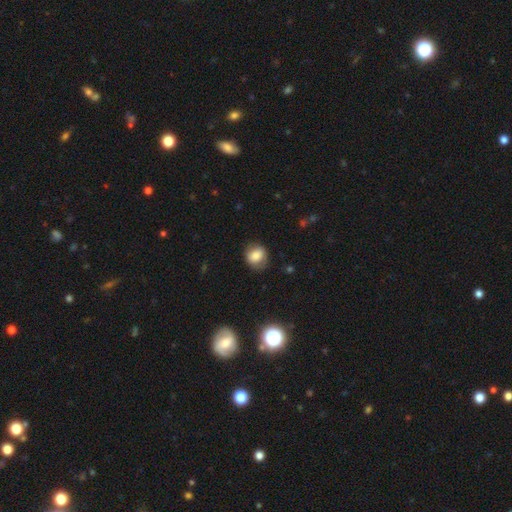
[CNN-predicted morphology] Smooth or featured?
  - smooth: 77% *
  - featured or disk: 14%
  - star or artifact: 9%
How rounded?
  - round: 68% *
  - in between: 31%
  - cigar-shaped: 1%
Merging?
  - none: 77% *
  - minor disturbance: 16%
  - major disturbance: 5%
  - merger: 1%